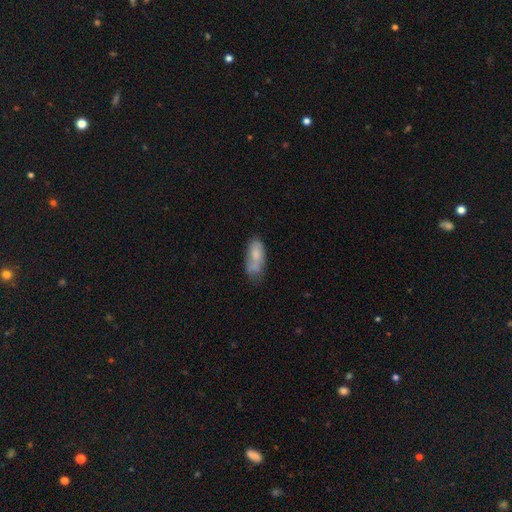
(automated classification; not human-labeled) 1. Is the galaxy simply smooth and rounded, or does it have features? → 68% smooth, 24% featured or disk, 7% star or artifact.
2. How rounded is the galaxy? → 80% in between, 18% cigar-shaped, 2% round.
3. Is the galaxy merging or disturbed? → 48% none, 32% minor disturbance, 12% major disturbance, 8% merger.